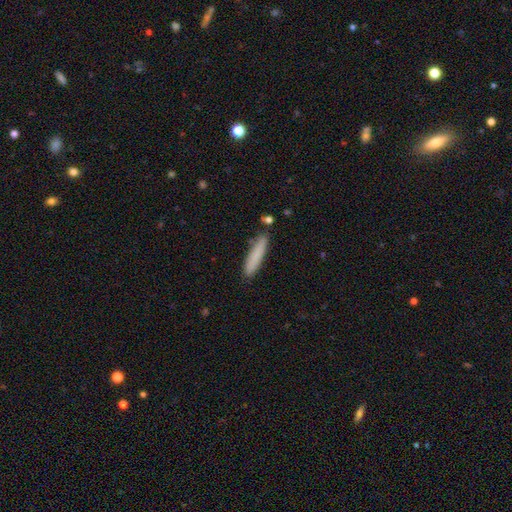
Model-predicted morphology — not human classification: smooth 82%, featured or disk 12%, star or artifact 7%. Down the decision tree: how rounded — cigar-shaped (90%); merging — none (84%).